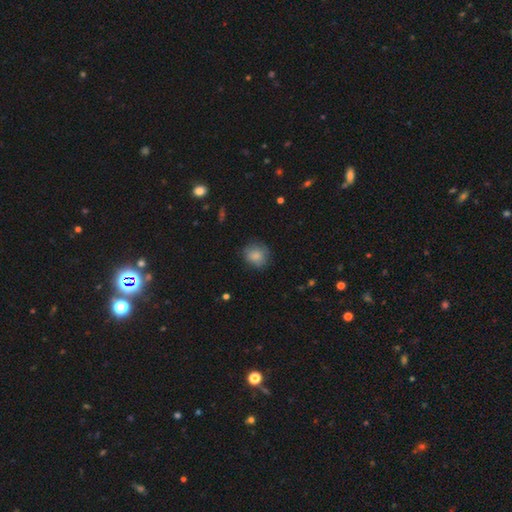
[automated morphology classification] smooth_or_featured: smooth (p=0.82) [alt: featured or disk p=0.10]
how_rounded: round (p=0.82) [alt: in between p=0.17]
merging: none (p=0.77) [alt: minor disturbance p=0.18]